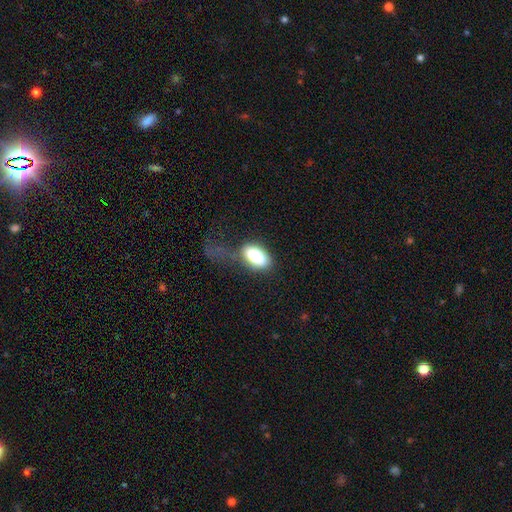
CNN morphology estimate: Smooth or featured? Predicted: smooth (p=0.80). How rounded? Predicted: in between (p=0.90). Merging? Predicted: none (p=0.37).